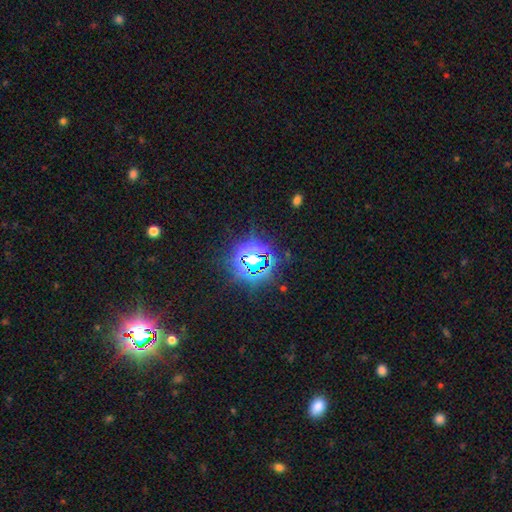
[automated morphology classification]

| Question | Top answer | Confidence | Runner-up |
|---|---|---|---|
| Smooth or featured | star or artifact | 75% | smooth (16%) |